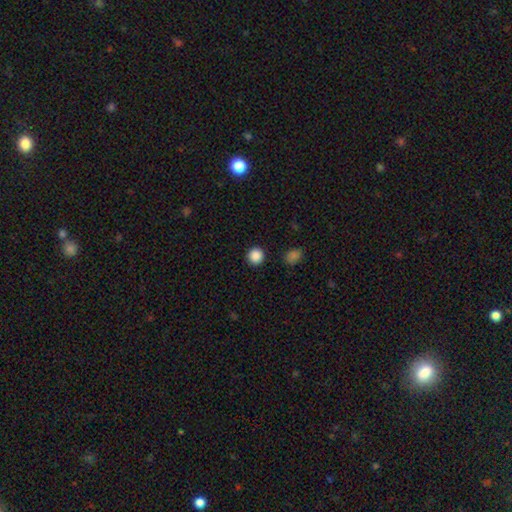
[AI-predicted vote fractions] Smooth or featured? smooth (87%)
How rounded? round (94%)
Merging? none (92%)